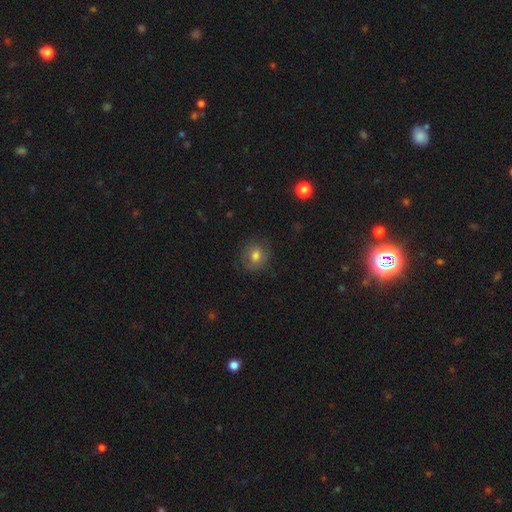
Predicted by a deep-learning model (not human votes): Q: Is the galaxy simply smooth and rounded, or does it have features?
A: smooth — 74%.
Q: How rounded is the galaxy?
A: round — 81%.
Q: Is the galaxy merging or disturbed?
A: none — 80%.